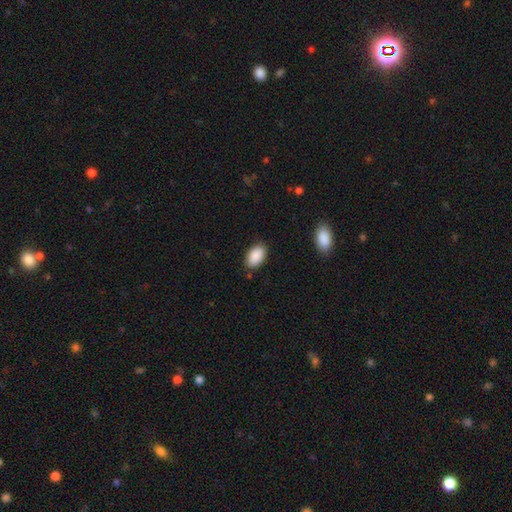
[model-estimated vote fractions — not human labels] smooth 90%, star or artifact 6%, featured or disk 3%. Down the decision tree: how rounded — in between (94%); merging — none (84%).